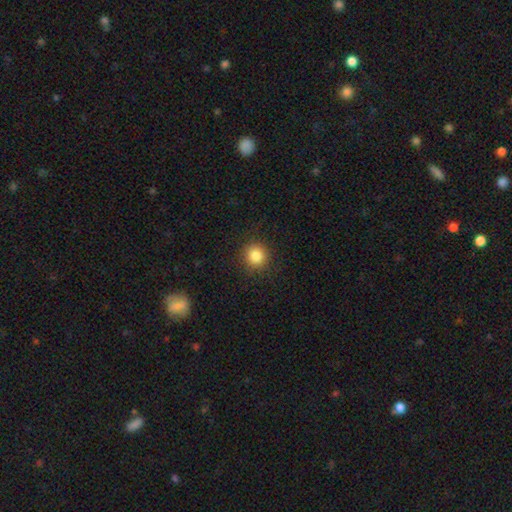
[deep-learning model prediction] smooth_or_featured: smooth (p=0.84) [alt: star or artifact p=0.11]
how_rounded: round (p=0.92) [alt: in between p=0.08]
merging: none (p=0.90) [alt: minor disturbance p=0.07]